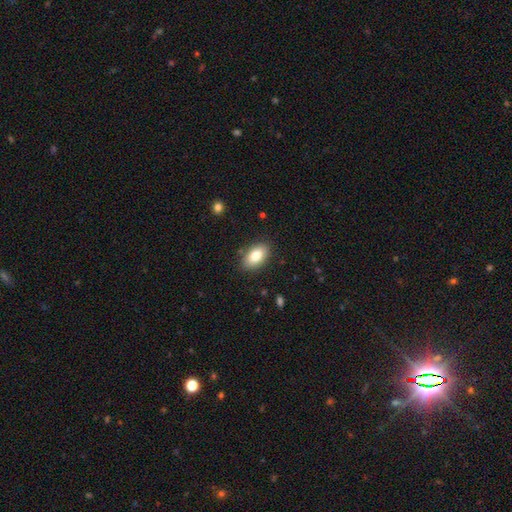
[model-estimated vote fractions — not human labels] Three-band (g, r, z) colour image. It shows a smooth galaxy with no disk features (81%) that is in between round and cigar-shaped (92%). Merging: none (86%).